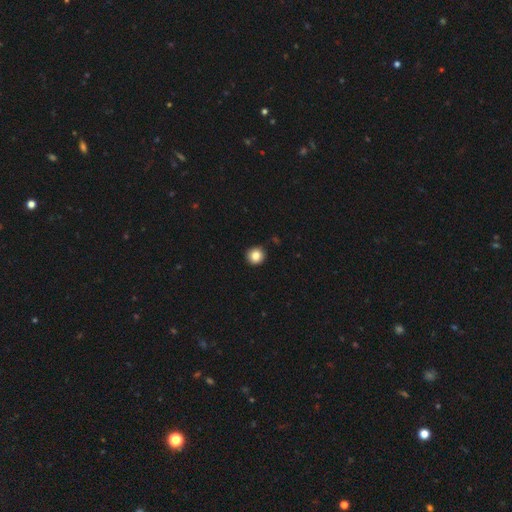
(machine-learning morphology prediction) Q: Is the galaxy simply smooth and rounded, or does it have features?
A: smooth — 85%.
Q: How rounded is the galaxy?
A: round — 94%.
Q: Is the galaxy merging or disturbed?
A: none — 92%.